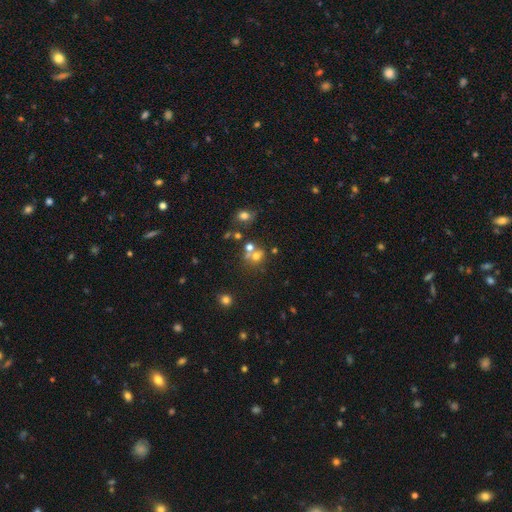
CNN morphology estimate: This appears to be a smooth galaxy with no disk features (59%) that is round (75%). Merging: merger (43%).